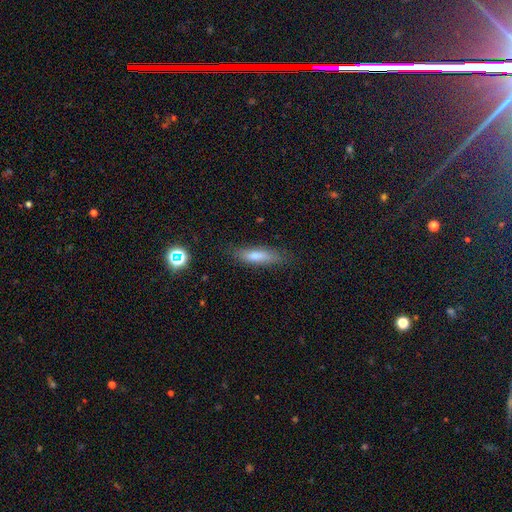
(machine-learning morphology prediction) This is likely a smooth galaxy (68%). How rounded: likely cigar-shaped (66%). Merging: clearly none (80%).